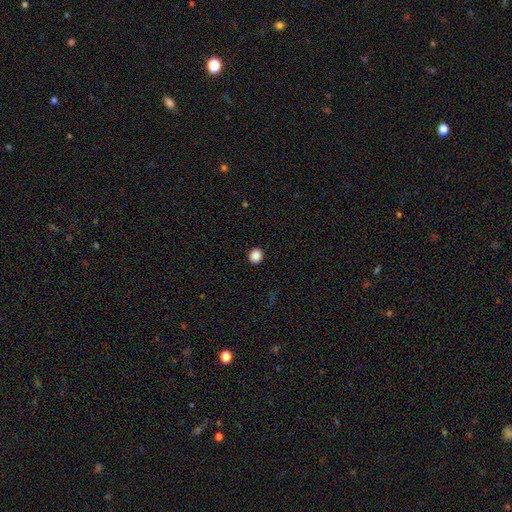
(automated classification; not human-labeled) A smooth galaxy with no disk features (88%) that is round (81%).

Vote fractions:
- Smooth or featured? smooth: 88% / star or artifact: 9% / featured or disk: 2%
- How rounded? round: 81% / in between: 19% / cigar-shaped: 1%
- Merging? none: 92% / minor disturbance: 5% / major disturbance: 2% / merger: 1%